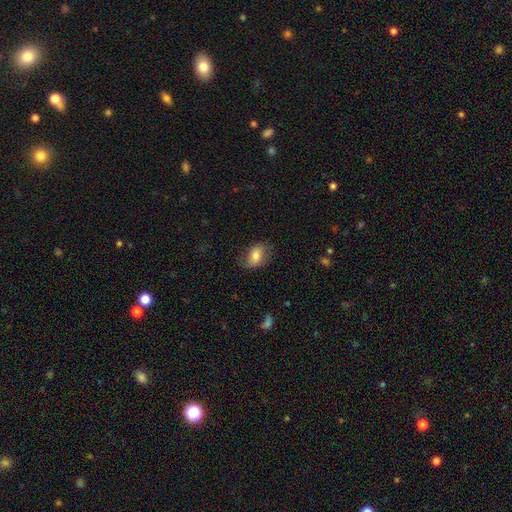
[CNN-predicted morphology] smooth 73%, featured or disk 19%, star or artifact 8%. Down the decision tree: how rounded — in between (85%); merging — none (71%).